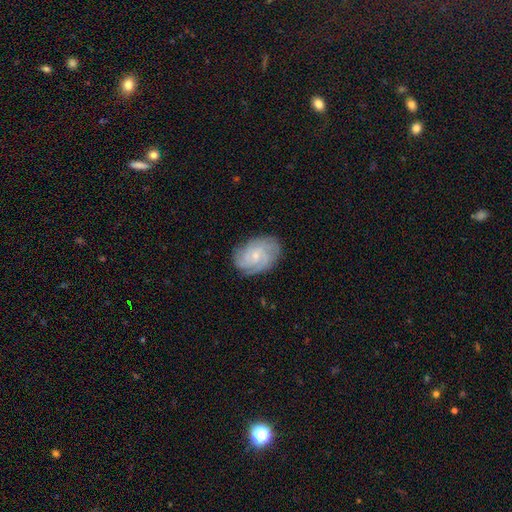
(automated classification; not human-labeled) Smooth or featured? featured or disk (81%)
Edge-on disk? no (97%)
Bar? no (65%)
Spiral arms? yes (97%)
Spiral winding? tight (64%)
Spiral arm count? 3 (28%, tied with 4)
Bulge size? small (72%)
Merging? none (80%)